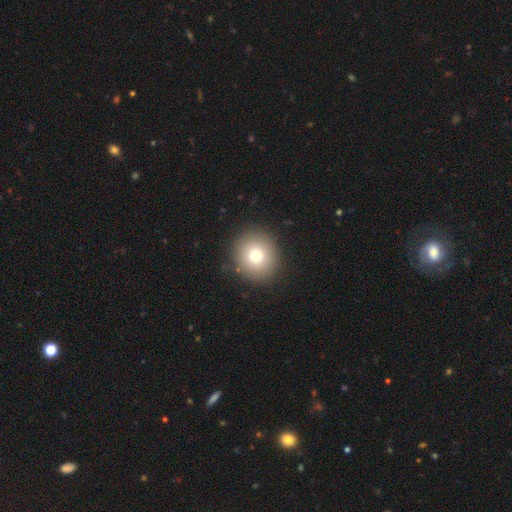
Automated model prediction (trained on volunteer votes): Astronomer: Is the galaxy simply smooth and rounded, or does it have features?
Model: smooth — 75%.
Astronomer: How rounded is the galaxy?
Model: round — 90%.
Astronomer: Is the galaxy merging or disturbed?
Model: none — 89%.